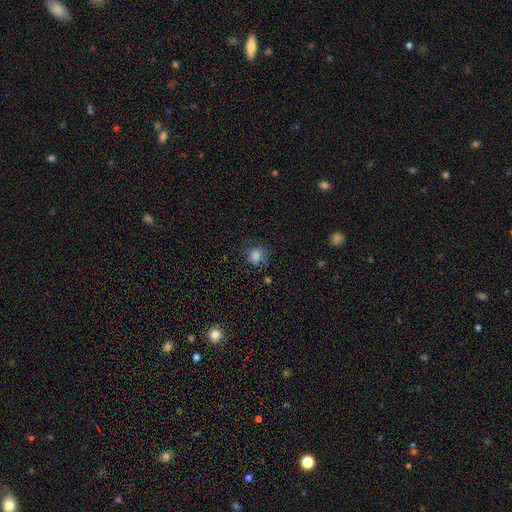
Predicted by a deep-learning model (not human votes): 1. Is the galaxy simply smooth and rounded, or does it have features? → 80% smooth, 13% star or artifact, 7% featured or disk.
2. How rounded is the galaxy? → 76% round, 23% in between, 1% cigar-shaped.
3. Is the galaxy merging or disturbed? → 68% none, 21% minor disturbance, 9% major disturbance, 2% merger.